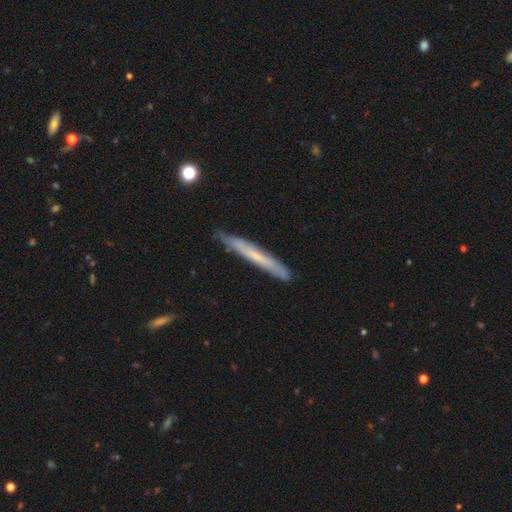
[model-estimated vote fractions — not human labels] A smooth galaxy with no disk features (47%).

Vote fractions:
- Smooth or featured? smooth: 47% / featured or disk: 46% / star or artifact: 6%
- Merging? none: 82% / minor disturbance: 14% / major disturbance: 2% / merger: 1%